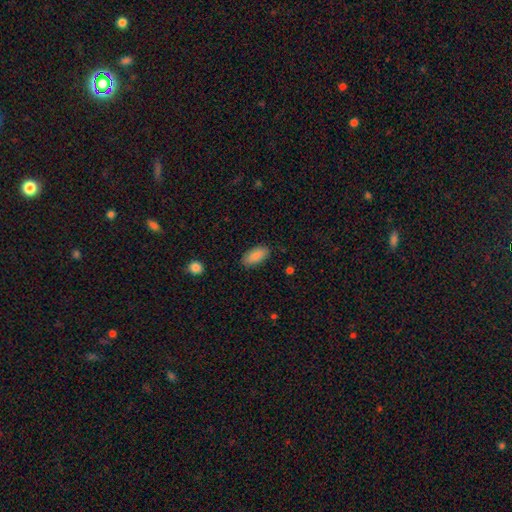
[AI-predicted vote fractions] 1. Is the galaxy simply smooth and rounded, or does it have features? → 89% smooth, 7% star or artifact, 5% featured or disk.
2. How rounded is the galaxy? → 91% in between, 6% cigar-shaped, 2% round.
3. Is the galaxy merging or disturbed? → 87% none, 10% minor disturbance, 2% major disturbance, 1% merger.